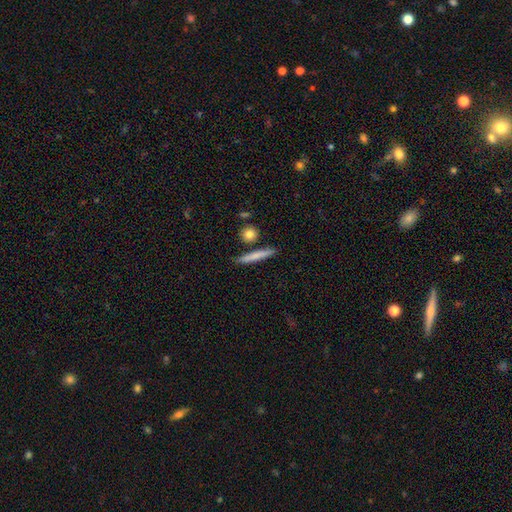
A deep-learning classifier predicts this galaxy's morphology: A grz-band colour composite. It shows a smooth galaxy with no disk features (71%) that is cigar-shaped (92%). Merging: none (85%).